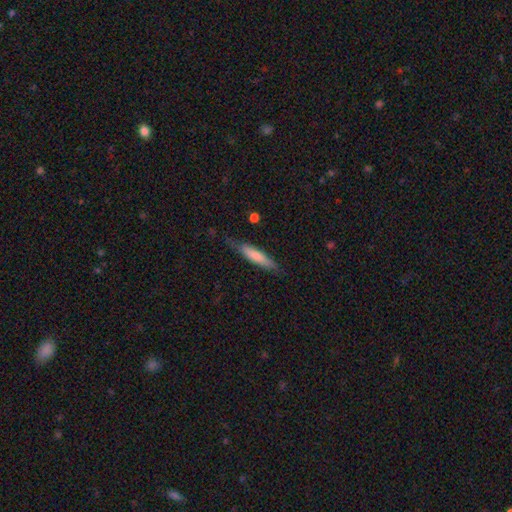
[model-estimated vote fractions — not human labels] This appears to be a smooth galaxy with no disk features (71%) that is cigar-shaped (81%). Merging: none (73%).